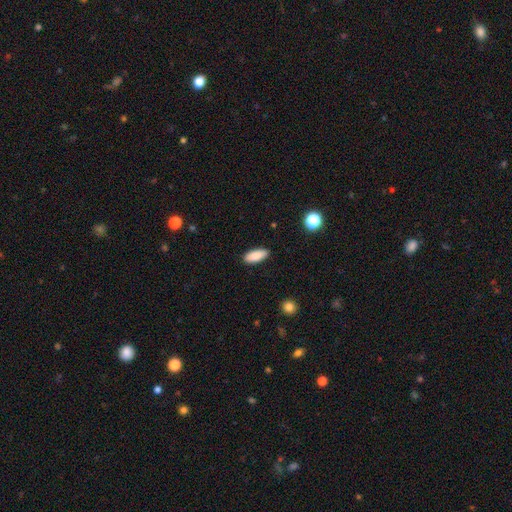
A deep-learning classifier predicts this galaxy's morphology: This appears to be a smooth galaxy with no disk features (87%) that is in between round and cigar-shaped (81%). Merging: none (88%).